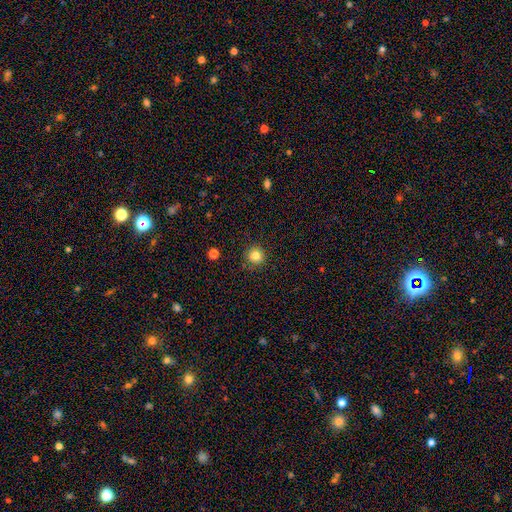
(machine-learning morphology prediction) type=smooth (82%); roundness=round (93%); merging=none (88%).